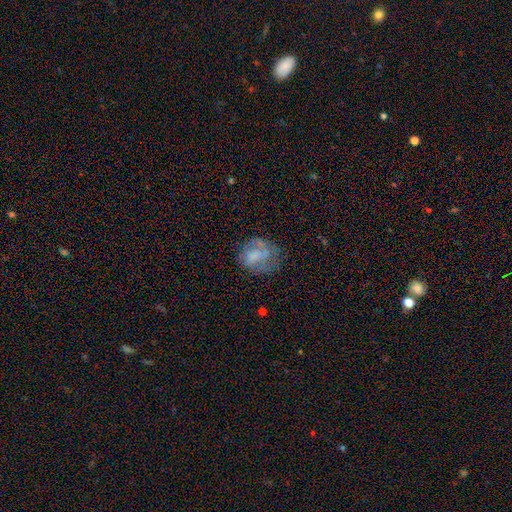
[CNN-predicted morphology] This appears to be a smooth galaxy with no disk features (51%) that is round (52%). Merging: none (48%).